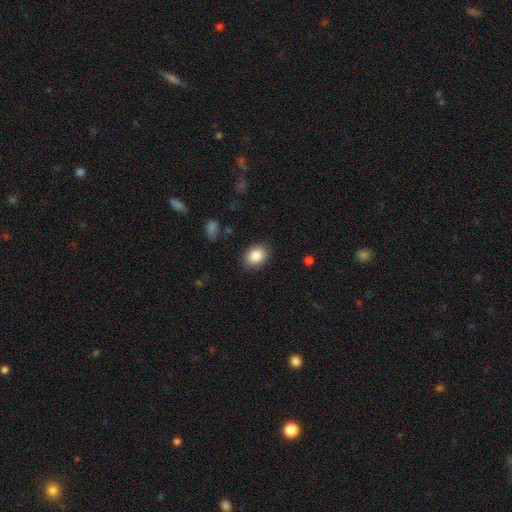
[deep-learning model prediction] Smooth or featured? smooth (87%)
How rounded? in between (61%)
Merging? none (87%)